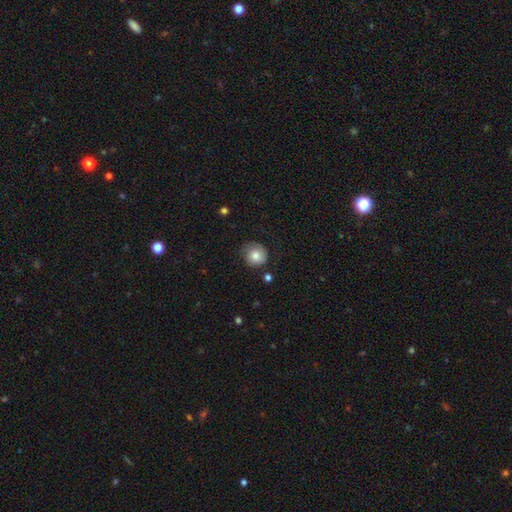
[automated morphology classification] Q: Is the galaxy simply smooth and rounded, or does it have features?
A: smooth — 79%.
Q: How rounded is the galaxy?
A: round — 88%.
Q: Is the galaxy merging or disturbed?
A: none — 66%.